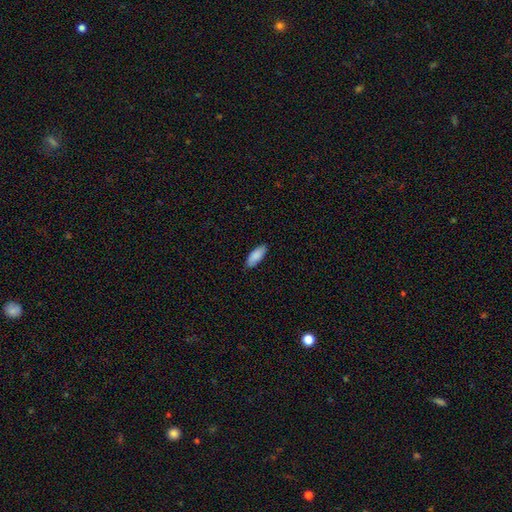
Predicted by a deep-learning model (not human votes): This is clearly a smooth galaxy (89%). How rounded: clearly in between (80%). Merging: clearly none (86%).